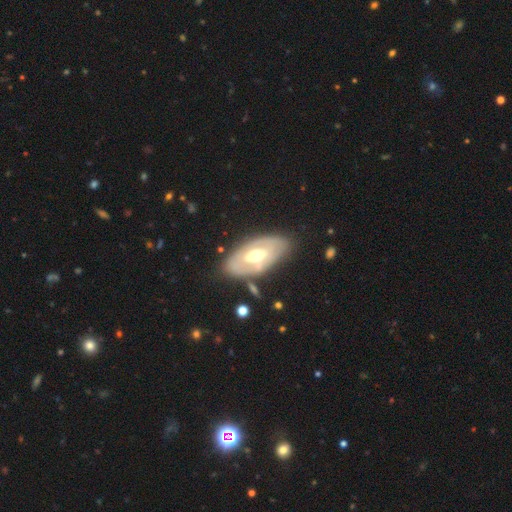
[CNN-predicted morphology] This is likely a featured or disk galaxy (70%). It is clearly not viewed edge-on (88%). Bar: marginally no (44%). Spiral arm pattern: likely no (62%). Central bulge: likely moderate (70%). Merging: likely none (75%).